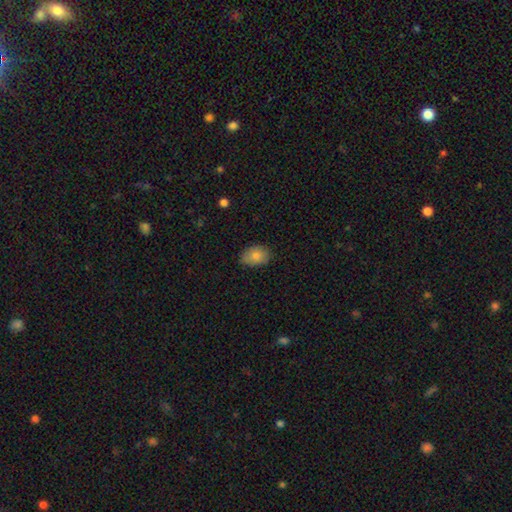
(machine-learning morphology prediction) This appears to be a smooth galaxy with no disk features (81%) that is in between round and cigar-shaped (81%). Merging: none (79%).